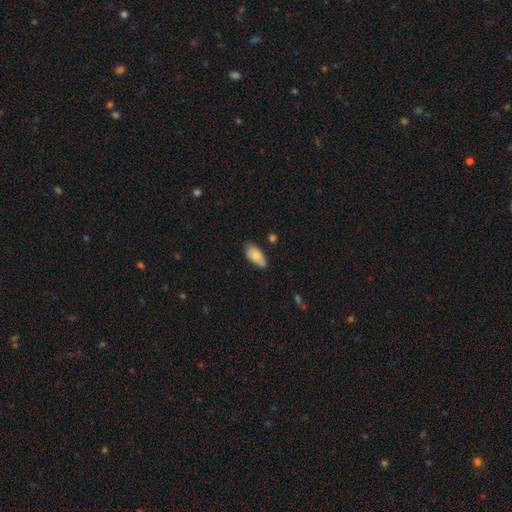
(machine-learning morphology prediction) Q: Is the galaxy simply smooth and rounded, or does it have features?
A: smooth — 80%.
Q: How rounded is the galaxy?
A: in between — 93%.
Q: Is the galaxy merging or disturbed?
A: none — 67%.